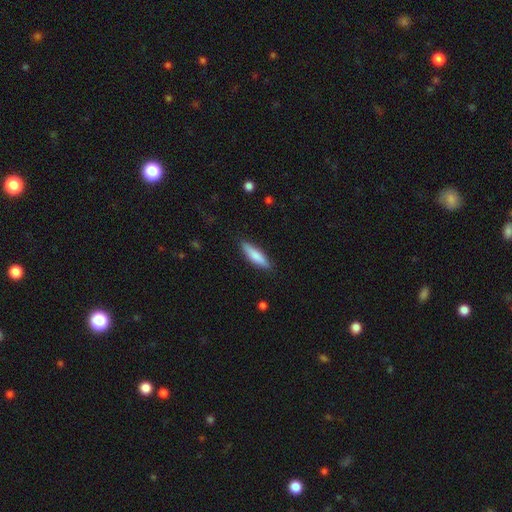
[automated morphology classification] Overall: smooth (77%). How rounded: cigar-shaped (70%). Merging: none (87%).